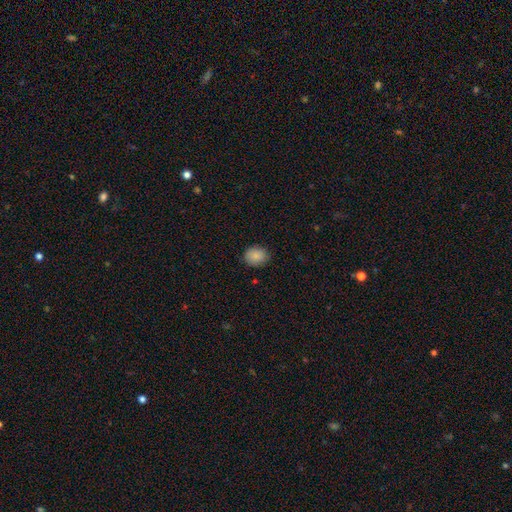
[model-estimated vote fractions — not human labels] Smooth or featured: smooth — 87% (star or artifact — 8%)
How rounded: round — 65% (in between — 34%)
Merging: none — 86% (minor disturbance — 11%)